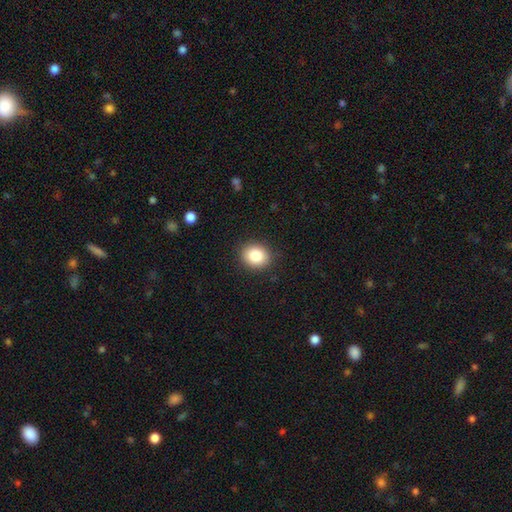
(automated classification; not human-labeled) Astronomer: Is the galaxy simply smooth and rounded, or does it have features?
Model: smooth — 85%.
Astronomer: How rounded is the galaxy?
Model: round — 67%.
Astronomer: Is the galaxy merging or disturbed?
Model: none — 88%.